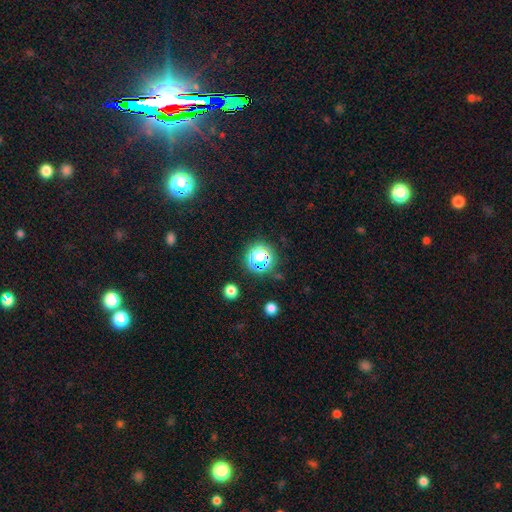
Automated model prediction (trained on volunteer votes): This is likely a star or artifact rather than a galaxy (63%).